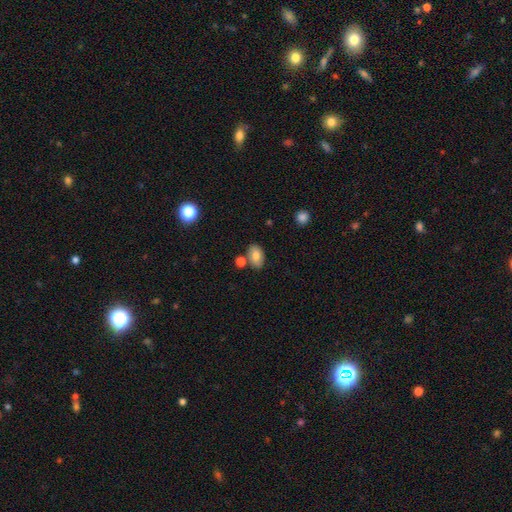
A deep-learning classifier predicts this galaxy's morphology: Smooth or featured?
  - smooth: 79% *
  - featured or disk: 13%
  - star or artifact: 9%
How rounded?
  - in between: 88% *
  - round: 11%
  - cigar-shaped: 1%
Merging?
  - none: 73% *
  - minor disturbance: 12%
  - merger: 11%
  - major disturbance: 3%